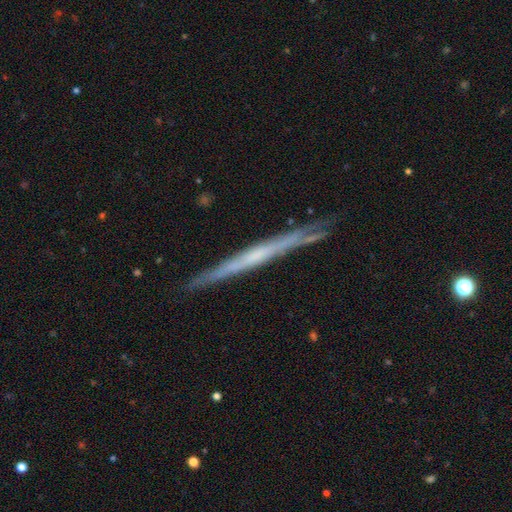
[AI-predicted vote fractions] Smooth or featured? Predicted: featured or disk (p=0.67). Edge-on disk? Predicted: yes (p=0.97). Edge-on bulge? Predicted: none (p=0.75). Merging? Predicted: none (p=0.87).